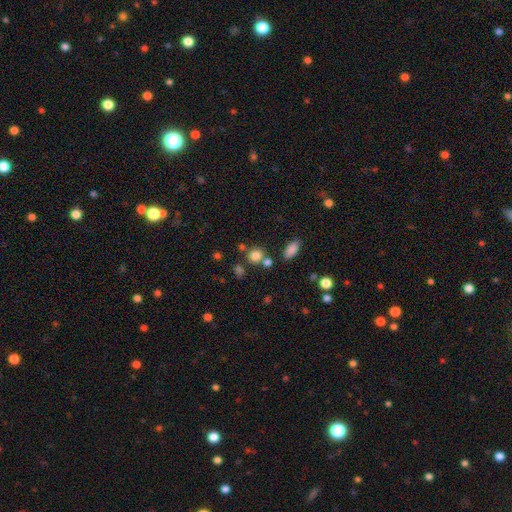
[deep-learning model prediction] Smooth or featured? smooth (80%)
How rounded? round (81%)
Merging? none (66%)